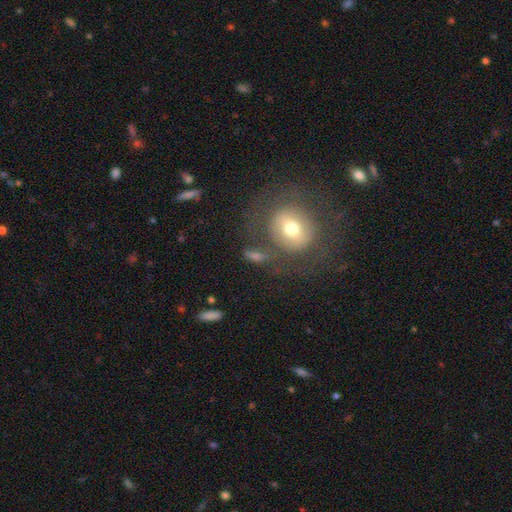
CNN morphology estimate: A smooth galaxy with no disk features (56%) that is in between round and cigar-shaped (50%).

Vote fractions:
- Smooth or featured? smooth: 56% / featured or disk: 30% / star or artifact: 14%
- How rounded? in between: 50% / round: 40% / cigar-shaped: 10%
- Merging? none: 63% / minor disturbance: 15% / major disturbance: 11% / merger: 11%